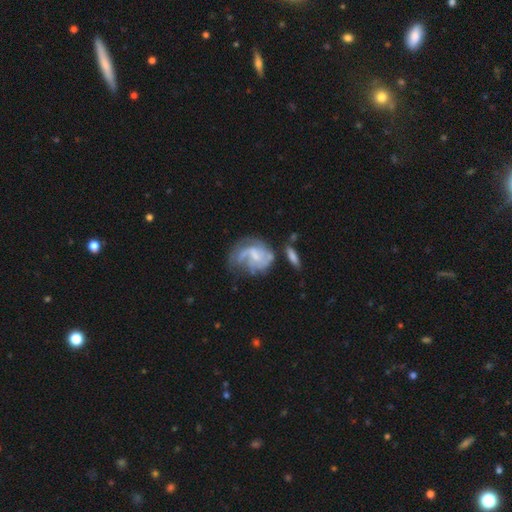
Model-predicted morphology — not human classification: featured or disk 74%, smooth 19%, star or artifact 7%. Down the decision tree: edge-on disk — no (98%); bar — no (46%); spiral arms — yes (84%); spiral arm count — 2 (31%); spiral winding — medium (42%); bulge size — small (40%); merging — none (37%).